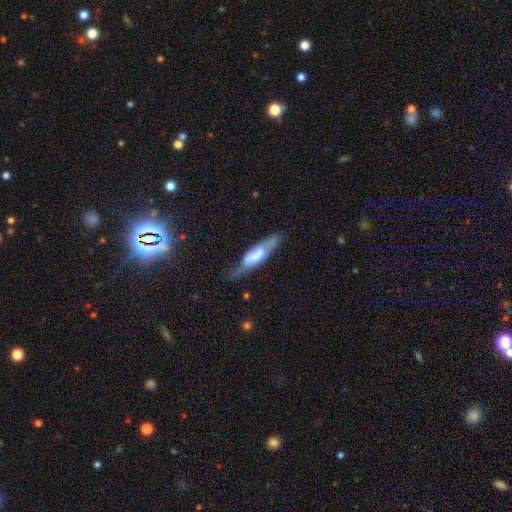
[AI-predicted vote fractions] Q: Smooth or featured?
A: smooth (52%); runner-up: featured or disk (42%)
Q: How rounded?
A: cigar-shaped (62%); runner-up: in between (36%)
Q: Merging?
A: none (55%); runner-up: minor disturbance (29%)